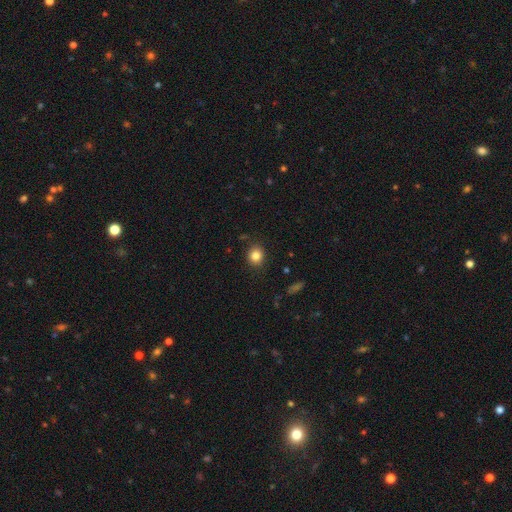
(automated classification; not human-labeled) A smooth galaxy with no disk features (83%) that is round (73%).

Vote fractions:
- Smooth or featured? smooth: 83% / star or artifact: 11% / featured or disk: 6%
- How rounded? round: 73% / in between: 26% / cigar-shaped: 1%
- Merging? none: 87% / minor disturbance: 9% / major disturbance: 2% / merger: 1%